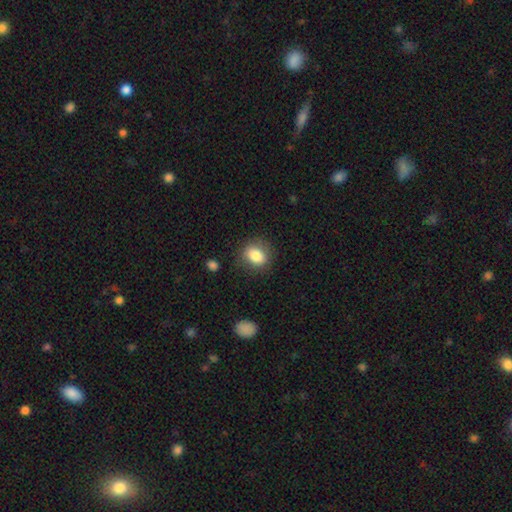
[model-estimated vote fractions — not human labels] Smooth or featured? Predicted: smooth (p=0.83). How rounded? Predicted: round (p=0.53). Merging? Predicted: none (p=0.79).